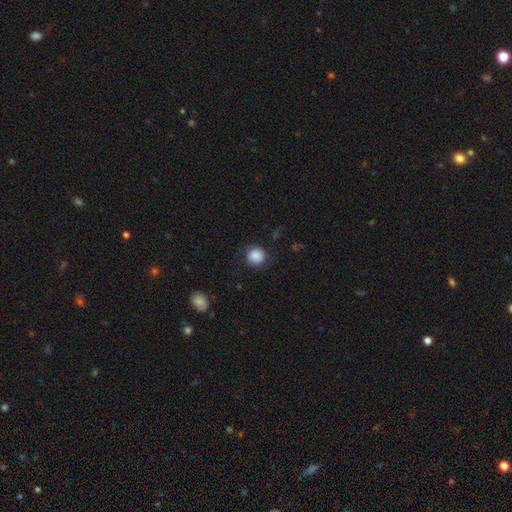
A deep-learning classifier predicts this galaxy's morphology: Smooth or featured: smooth — 87% (star or artifact — 8%)
How rounded: round — 90% (in between — 9%)
Merging: none — 80% (minor disturbance — 14%)